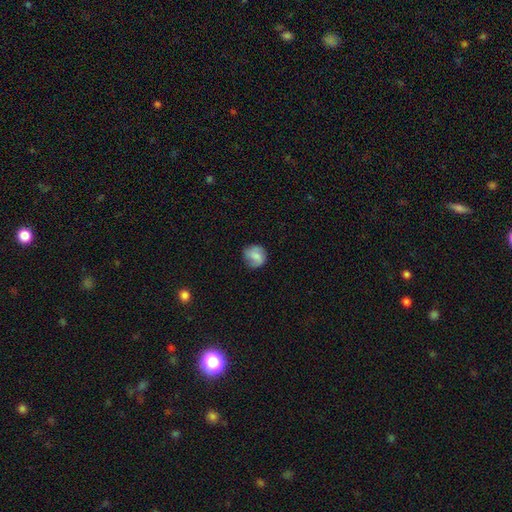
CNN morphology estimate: The model was most divided on "smooth or featured": smooth: 71%, featured or disk: 22%, star or artifact: 8%. More confident: how rounded — round (83%); merging — none (73%).